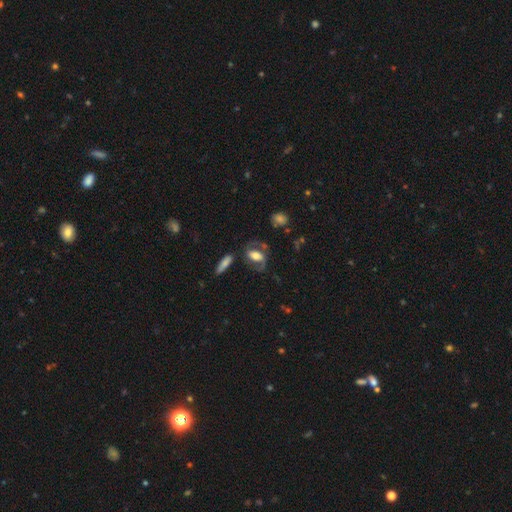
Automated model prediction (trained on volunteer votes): The model was most divided on "bulge size" (2-way tie): moderate: 39%, large: 39%, small: 12%, dominant: 6%, none: 4%. Remaining: edge-on disk — no (90%); spiral arms — yes (80%); merging — none (61%); smooth or featured — featured or disk (60%); bar — no (35%).